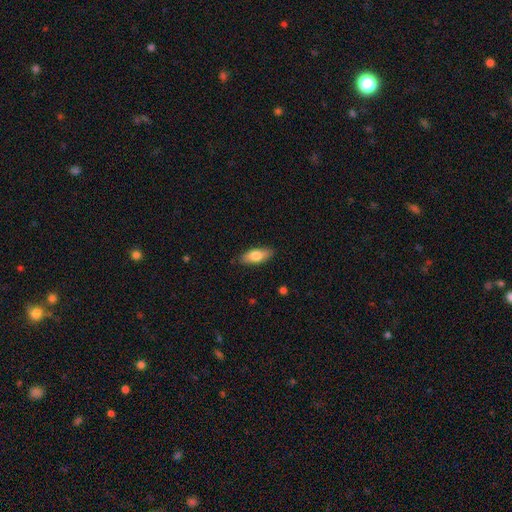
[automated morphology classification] Smooth or featured?
  - smooth: 75% *
  - featured or disk: 19%
  - star or artifact: 6%
How rounded?
  - in between: 76% *
  - cigar-shaped: 22%
  - round: 2%
Merging?
  - none: 86% *
  - minor disturbance: 11%
  - major disturbance: 2%
  - merger: 1%